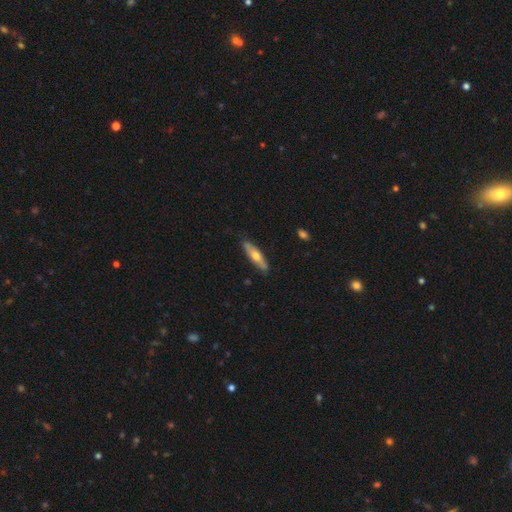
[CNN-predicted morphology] featured or disk 48%, smooth 47%, star or artifact 5%. Down the decision tree: merging — none (86%).